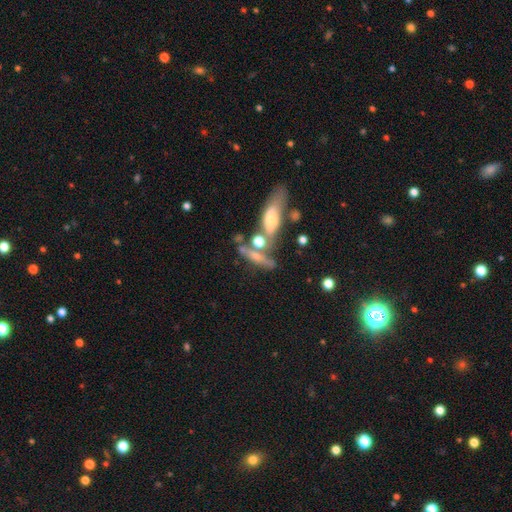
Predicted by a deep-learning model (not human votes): Smooth or featured? Predicted: featured or disk (p=0.45). Merging? Predicted: none (p=0.44).